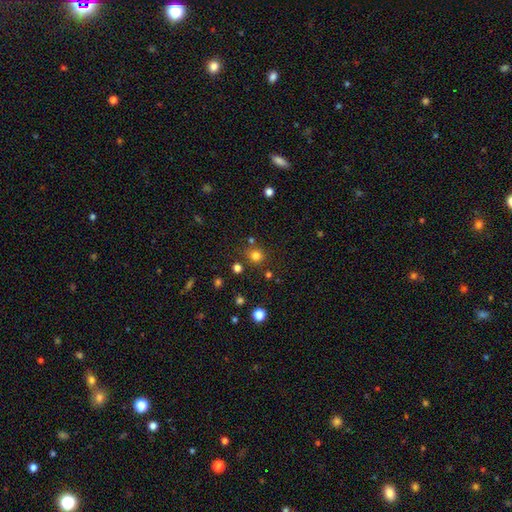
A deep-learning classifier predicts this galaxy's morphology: smooth_or_featured: smooth (p=0.78) [alt: star or artifact p=0.17]
how_rounded: round (p=0.88) [alt: in between p=0.11]
merging: none (p=0.79) [alt: minor disturbance p=0.09]